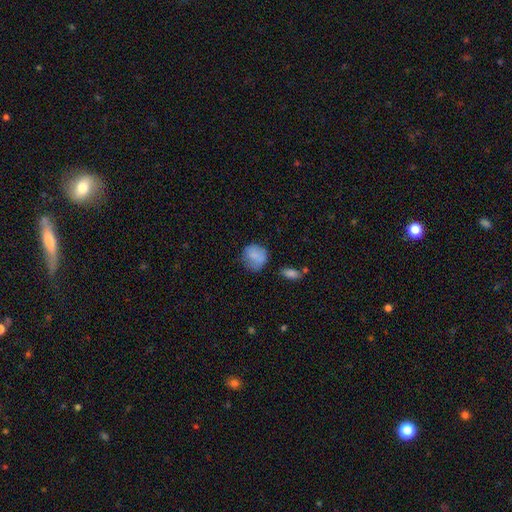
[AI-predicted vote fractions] Smooth or featured?
  - smooth: 78% *
  - featured or disk: 13%
  - star or artifact: 9%
How rounded?
  - round: 76% *
  - in between: 22%
  - cigar-shaped: 1%
Merging?
  - none: 58% *
  - minor disturbance: 27%
  - major disturbance: 11%
  - merger: 4%